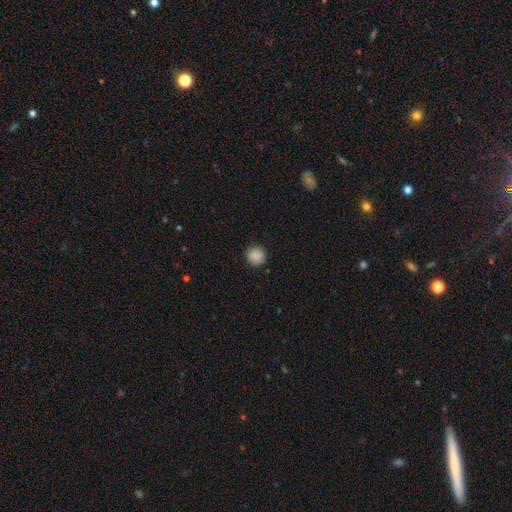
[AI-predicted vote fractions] Q: Smooth or featured?
A: smooth (89%); runner-up: star or artifact (9%)
Q: How rounded?
A: round (94%); runner-up: in between (5%)
Q: Merging?
A: none (91%); runner-up: minor disturbance (6%)